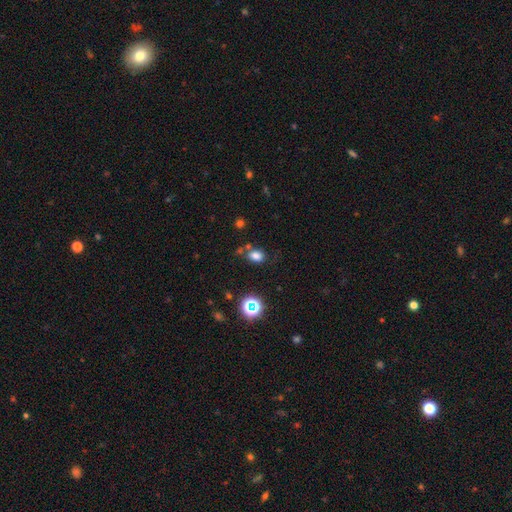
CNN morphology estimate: Overall: smooth (76%). How rounded: in between (69%; round 30%). Merging: none (68%).